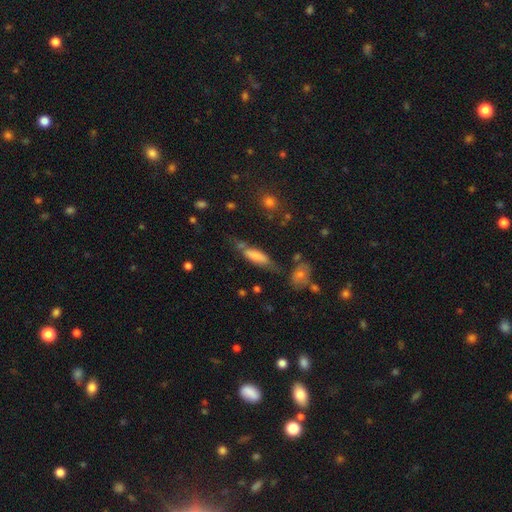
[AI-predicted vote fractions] Smooth or featured: smooth — 71% (featured or disk — 21%)
How rounded: in between — 50% (cigar-shaped — 48%)
Merging: none — 50% (minor disturbance — 25%)